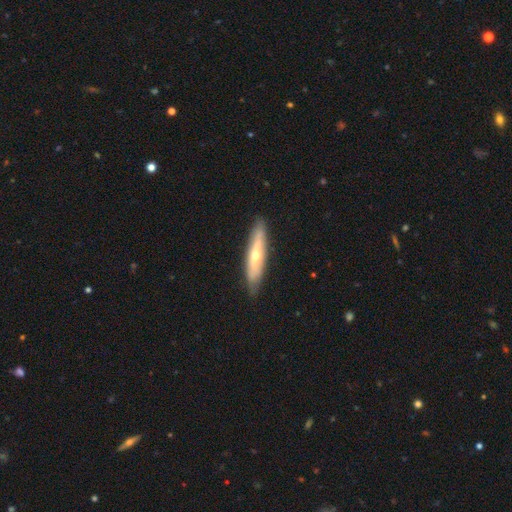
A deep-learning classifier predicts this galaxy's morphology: smooth-or-featured: featured or disk: 53% | smooth: 42% | star or artifact: 5%
  disk-edge-on: yes: 70% | no: 30%
  merging: none: 84% | minor disturbance: 12% | major disturbance: 2% | merger: 1%